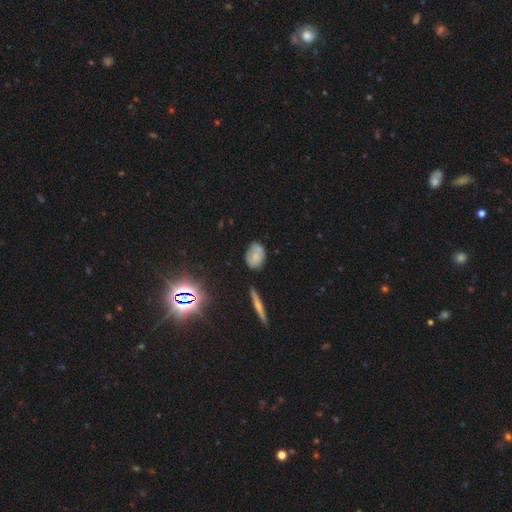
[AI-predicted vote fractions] This is likely a smooth galaxy (66%). How rounded: likely in between (75%). Merging: likely none (71%).